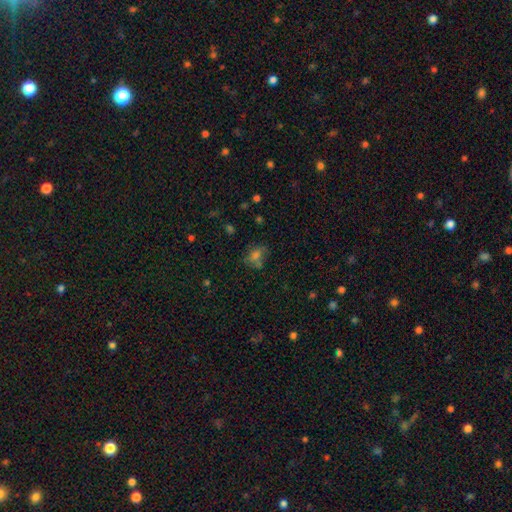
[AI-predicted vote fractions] This is possibly a smooth galaxy (55%). How rounded: possibly in between (51%). Merging: likely none (60%).